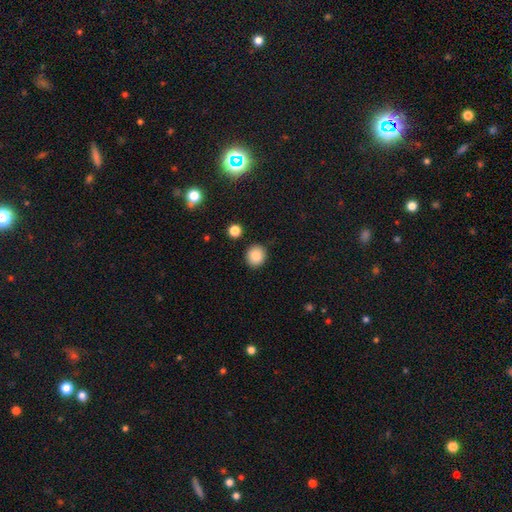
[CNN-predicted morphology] The model was most divided on "how rounded": round: 88%, in between: 12%, cigar-shaped: 1%. More confident: merging — none (90%); smooth or featured — smooth (86%).